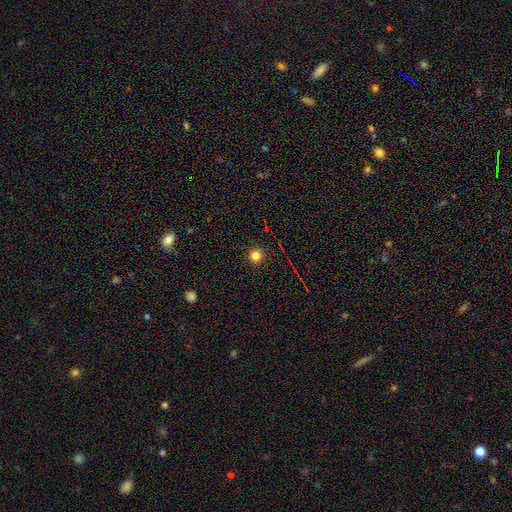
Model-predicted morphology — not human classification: Overall: smooth (81%). How rounded: round (96%). Merging: none (93%).